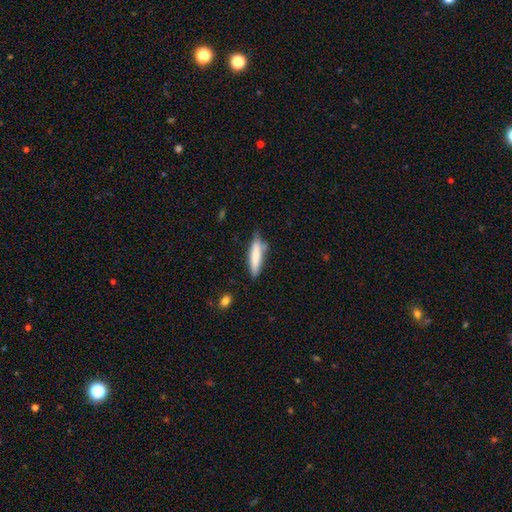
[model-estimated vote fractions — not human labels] Morphology: type=smooth (77%); roundness=cigar-shaped (81%); merging=none (67%).